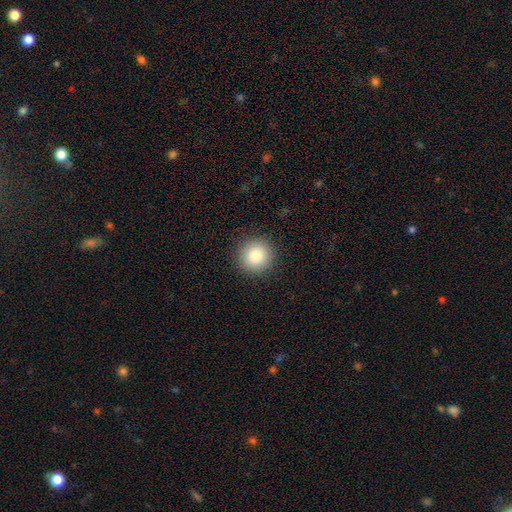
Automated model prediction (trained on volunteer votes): Smooth or featured: smooth — 84% (star or artifact — 10%)
How rounded: round — 95% (in between — 4%)
Merging: none — 92% (minor disturbance — 5%)